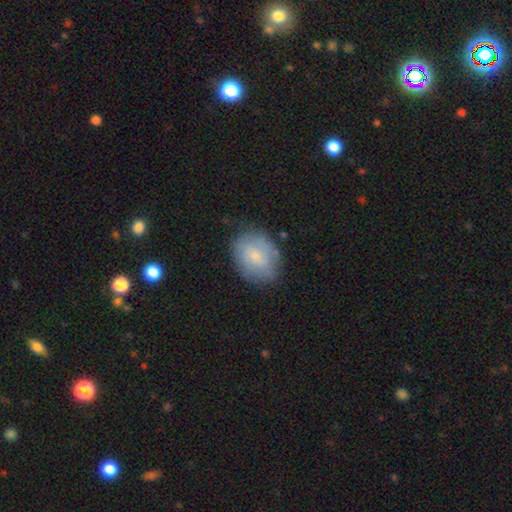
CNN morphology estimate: type=smooth (64%); roundness=in between (62%); merging=none (74%).